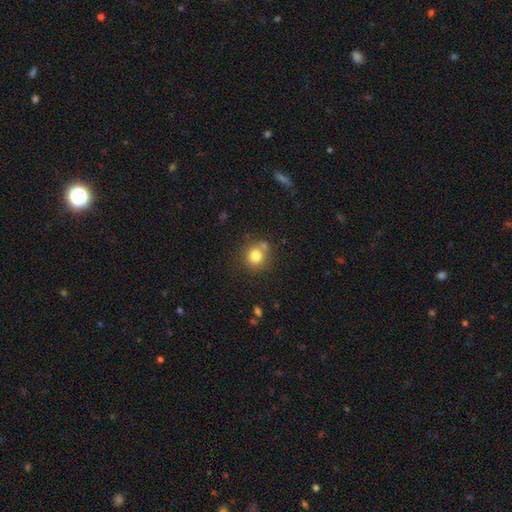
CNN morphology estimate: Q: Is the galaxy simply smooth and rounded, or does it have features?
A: smooth — 79%.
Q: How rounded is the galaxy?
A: round — 88%.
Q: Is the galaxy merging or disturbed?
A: none — 67%.